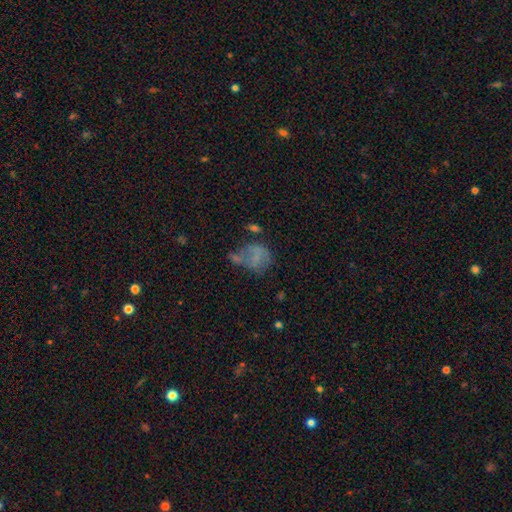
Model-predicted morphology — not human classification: This appears to be a smooth galaxy with no disk features (55%) that is in between round and cigar-shaped (56%). Merging: none (30%).